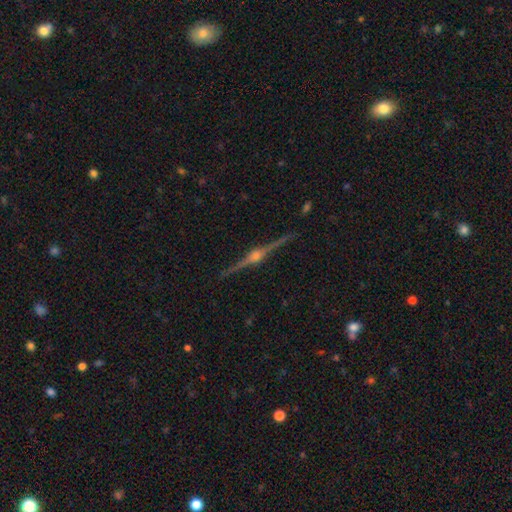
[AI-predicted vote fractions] A featured or disk galaxy (90%) viewed edge-on (98%) with a rounded central bulge (94%). Merging: none (91%).